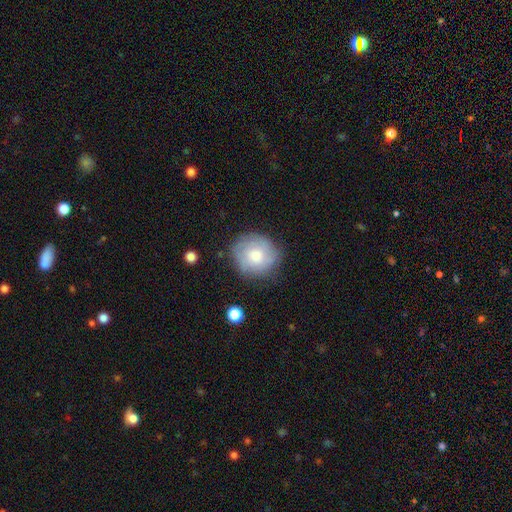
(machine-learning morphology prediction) smooth_or_featured: smooth (p=0.60) [alt: featured or disk p=0.33]
how_rounded: round (p=0.83) [alt: in between p=0.16]
merging: none (p=0.73) [alt: minor disturbance p=0.20]